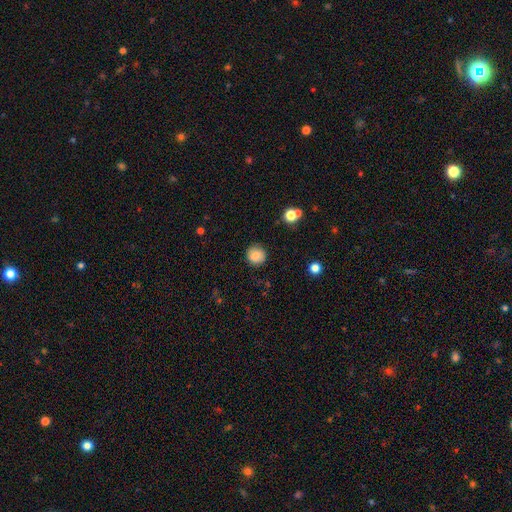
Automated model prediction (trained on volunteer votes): This is clearly a smooth galaxy (84%). How rounded: clearly round (92%). Merging: clearly none (87%).